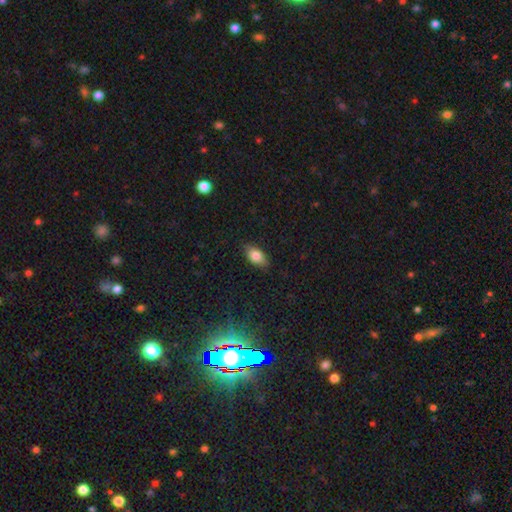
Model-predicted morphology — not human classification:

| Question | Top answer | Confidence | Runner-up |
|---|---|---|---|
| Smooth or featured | smooth | 82% | featured or disk (11%) |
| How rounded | in between | 90% | cigar-shaped (5%) |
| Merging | none | 85% | minor disturbance (12%) |